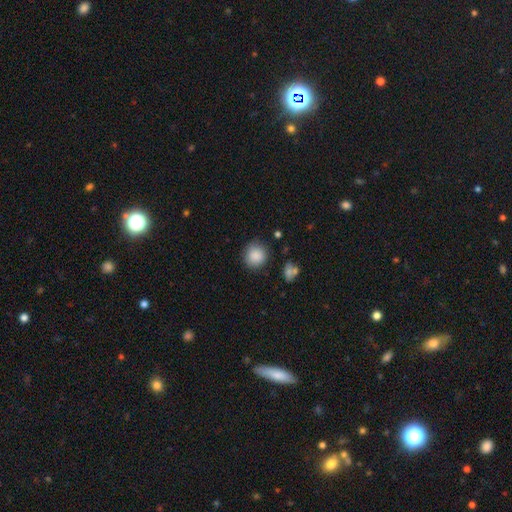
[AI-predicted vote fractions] Smooth or featured? Predicted: smooth (p=0.87). How rounded? Predicted: round (p=0.89). Merging? Predicted: none (p=0.83).